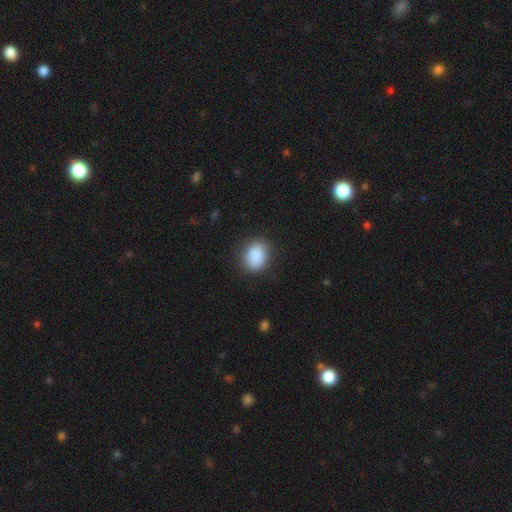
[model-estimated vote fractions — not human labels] smooth_or_featured: smooth (p=0.89) [alt: star or artifact p=0.07]
how_rounded: in between (p=0.51) [alt: round p=0.48]
merging: none (p=0.84) [alt: minor disturbance p=0.11]